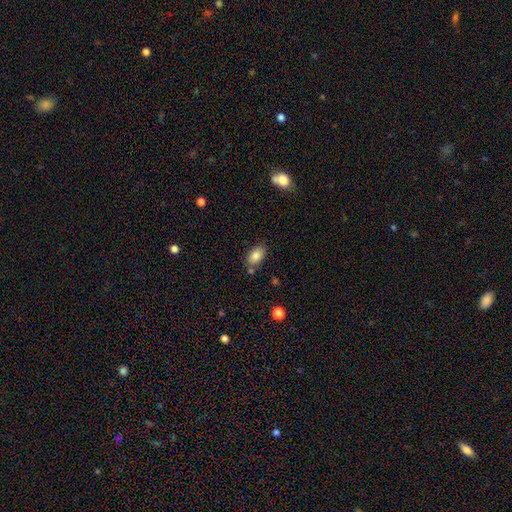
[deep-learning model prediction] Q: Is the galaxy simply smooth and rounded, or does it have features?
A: smooth — 84%.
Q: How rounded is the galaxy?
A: in between — 89%.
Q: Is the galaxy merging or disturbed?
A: none — 73%.